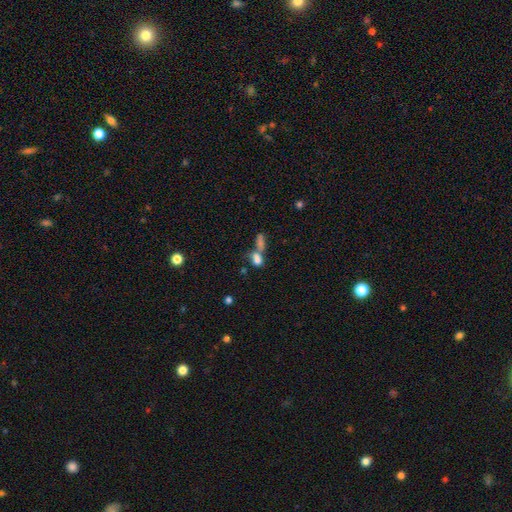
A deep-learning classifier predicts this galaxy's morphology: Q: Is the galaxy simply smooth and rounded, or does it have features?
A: smooth — 53%.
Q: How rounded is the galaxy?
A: in between — 43%.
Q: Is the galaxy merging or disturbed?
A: merger — 43%.